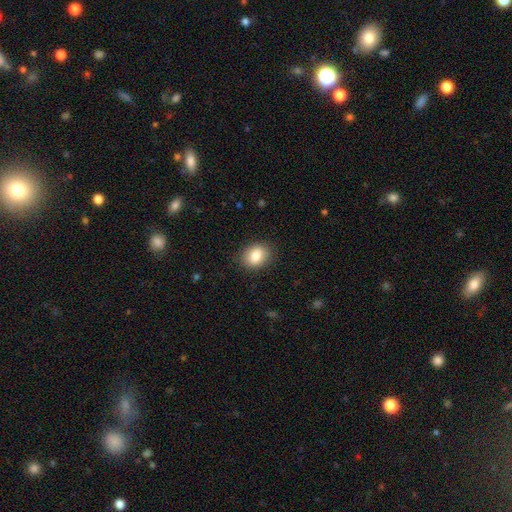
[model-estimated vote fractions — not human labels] Q: Smooth or featured?
A: smooth (83%); runner-up: star or artifact (9%)
Q: How rounded?
A: in between (55%); runner-up: round (44%)
Q: Merging?
A: none (88%); runner-up: minor disturbance (9%)